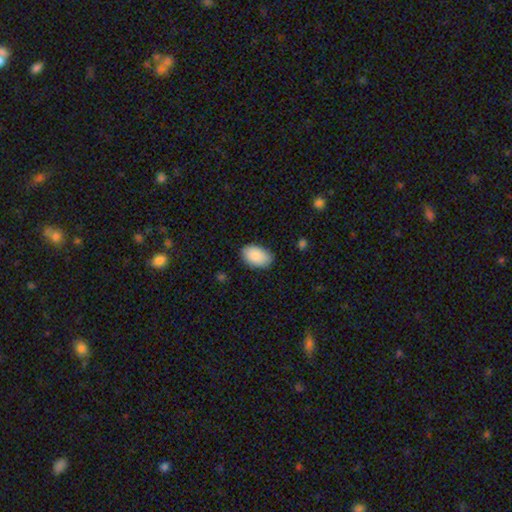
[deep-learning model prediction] This is clearly a smooth galaxy (90%). How rounded: clearly in between (92%). Merging: clearly none (82%).